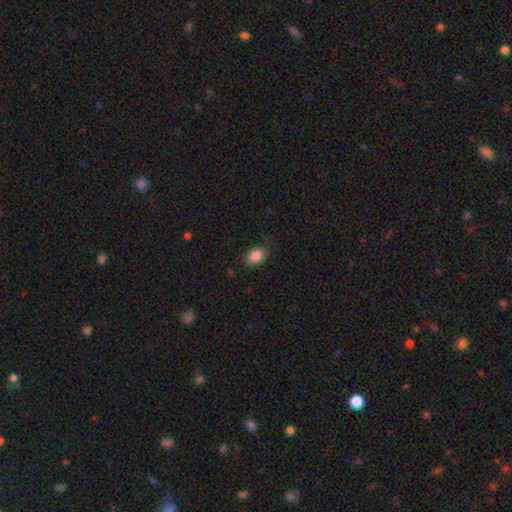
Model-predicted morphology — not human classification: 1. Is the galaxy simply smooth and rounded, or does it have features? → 86% smooth, 8% star or artifact, 6% featured or disk.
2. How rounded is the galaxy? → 82% in between, 16% round, 1% cigar-shaped.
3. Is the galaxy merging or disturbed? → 81% none, 15% minor disturbance, 3% major disturbance, 1% merger.